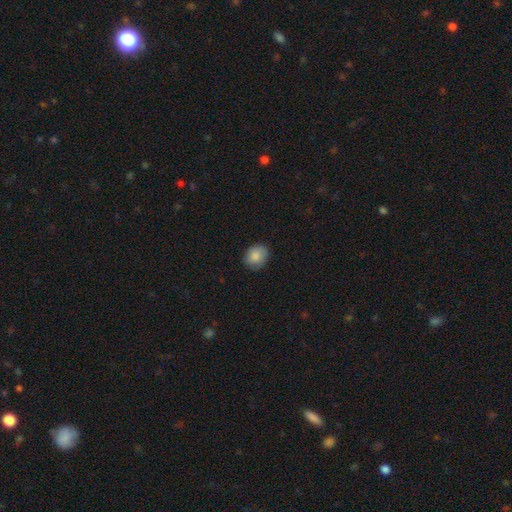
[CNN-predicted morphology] type=smooth (86%); roundness=round (62%); merging=none (82%).